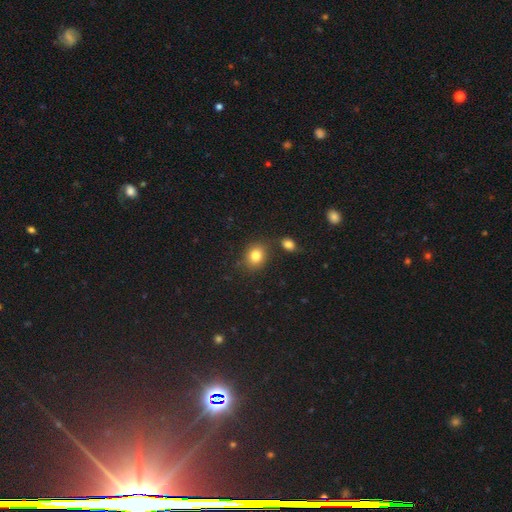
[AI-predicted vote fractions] The model was most divided on "how rounded": round: 59%, in between: 40%, cigar-shaped: 1%. More confident: smooth or featured — smooth (81%); merging — none (78%).